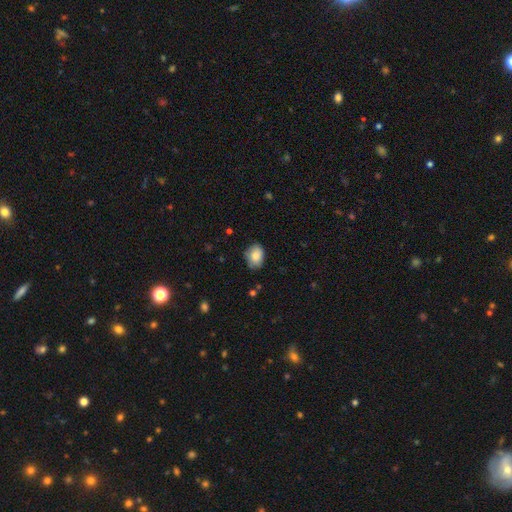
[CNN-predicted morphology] Q: Smooth or featured?
A: smooth (83%); runner-up: featured or disk (9%)
Q: How rounded?
A: in between (74%); runner-up: round (25%)
Q: Merging?
A: none (73%); runner-up: minor disturbance (22%)